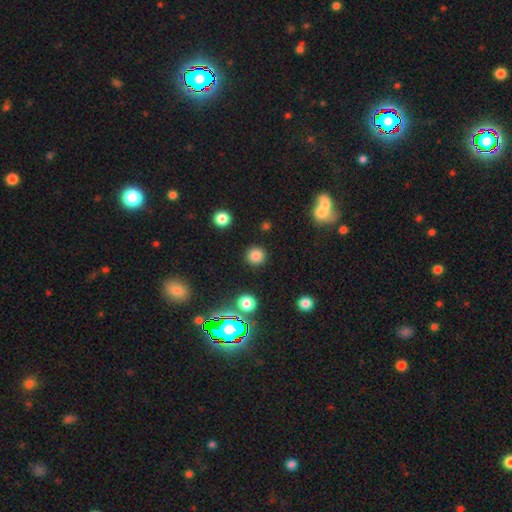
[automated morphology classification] smooth_or_featured: smooth (p=0.80) [alt: star or artifact p=0.15]
how_rounded: round (p=0.93) [alt: in between p=0.06]
merging: none (p=0.90) [alt: minor disturbance p=0.06]